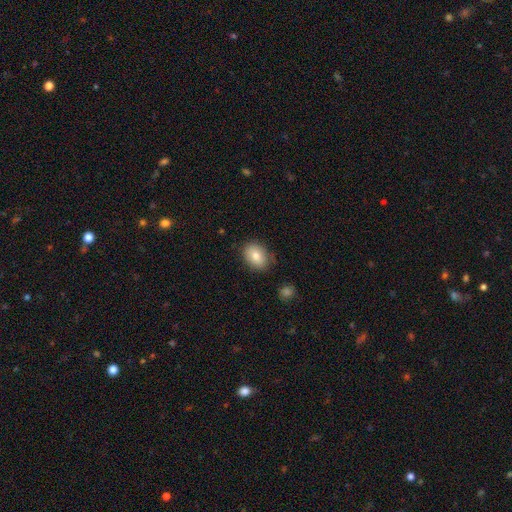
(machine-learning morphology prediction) Smooth or featured?
  - smooth: 82% *
  - featured or disk: 10%
  - star or artifact: 8%
How rounded?
  - in between: 74% *
  - round: 25%
  - cigar-shaped: 1%
Merging?
  - none: 79% *
  - minor disturbance: 16%
  - major disturbance: 3%
  - merger: 2%